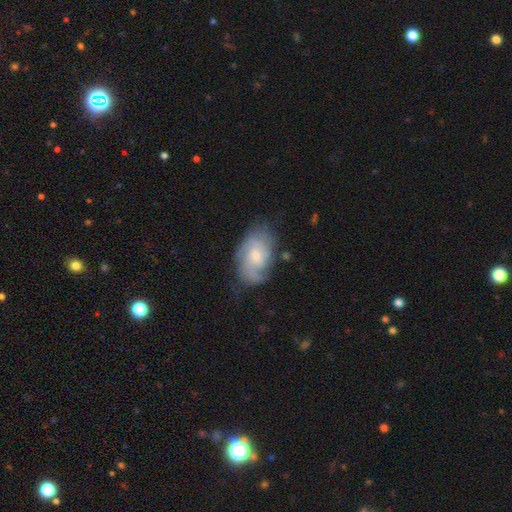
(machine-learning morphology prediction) type=featured or disk (69%); edge-on=no (96%); bar=no (59%); spiral arms=yes (90%); winding=tight (44%); arm count=can't tell (34%); bulge=moderate (50%); merging=none (64%).